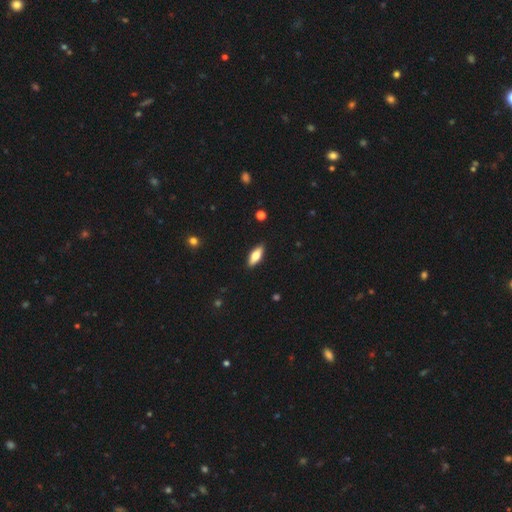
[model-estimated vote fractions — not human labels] smooth-or-featured: smooth: 65% | featured or disk: 28% | star or artifact: 6%
  how-rounded: in between: 68% | cigar-shaped: 29% | round: 3%
  merging: none: 89% | minor disturbance: 8% | major disturbance: 2% | merger: 1%